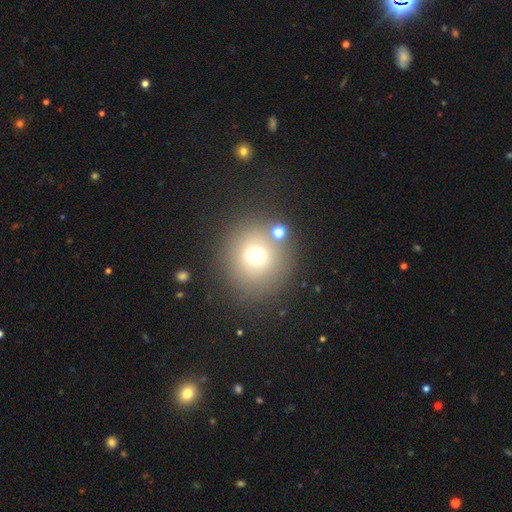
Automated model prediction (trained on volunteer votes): A smooth galaxy with no disk features (69%) that is round (89%). Merging: none (77%).